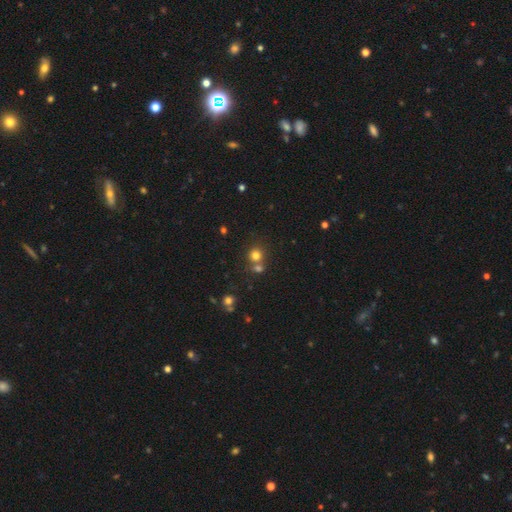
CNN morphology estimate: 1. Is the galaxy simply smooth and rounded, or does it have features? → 75% smooth, 17% star or artifact, 8% featured or disk.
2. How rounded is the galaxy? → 89% round, 10% in between, 1% cigar-shaped.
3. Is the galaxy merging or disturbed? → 60% none, 30% merger, 7% minor disturbance, 3% major disturbance.